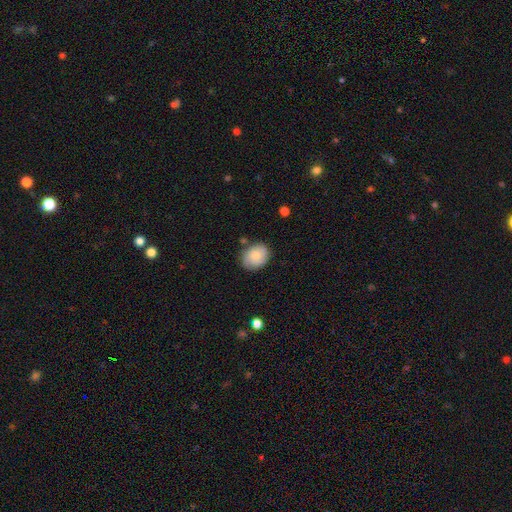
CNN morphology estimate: Q: Smooth or featured?
A: smooth (74%); runner-up: featured or disk (19%)
Q: How rounded?
A: in between (56%); runner-up: round (43%)
Q: Merging?
A: none (76%); runner-up: minor disturbance (17%)